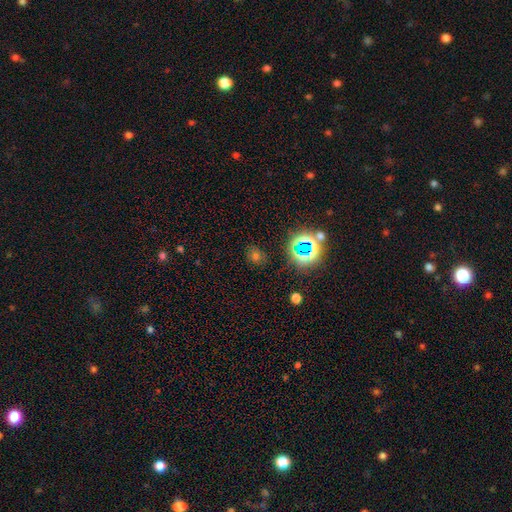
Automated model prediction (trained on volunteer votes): Smooth or featured? Predicted: smooth (p=0.50). Merging? Predicted: none (p=0.83).